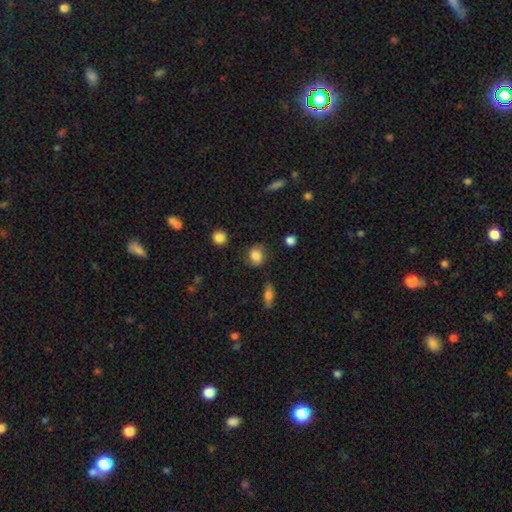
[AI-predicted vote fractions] Smooth or featured? Predicted: smooth (p=0.81). How rounded? Predicted: round (p=0.69). Merging? Predicted: none (p=0.76).